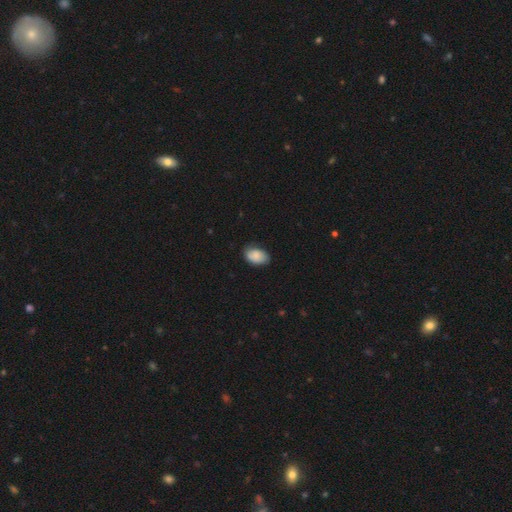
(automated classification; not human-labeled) This appears to be a smooth galaxy with no disk features (84%) that is in between round and cigar-shaped (89%). Merging: none (71%).